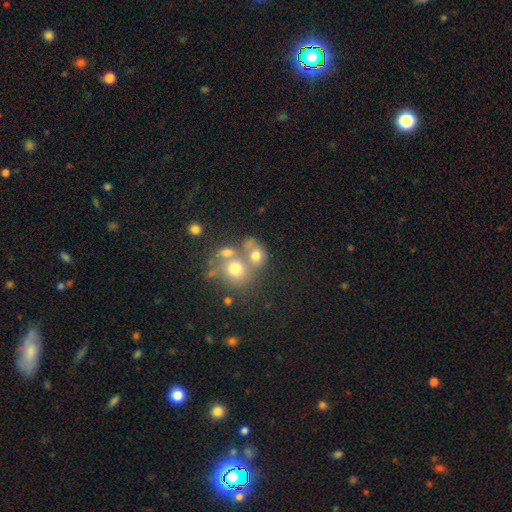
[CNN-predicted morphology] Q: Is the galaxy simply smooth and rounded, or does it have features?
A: smooth — 67%.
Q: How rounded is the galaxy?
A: round — 65%.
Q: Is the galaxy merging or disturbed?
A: merger — 45%.